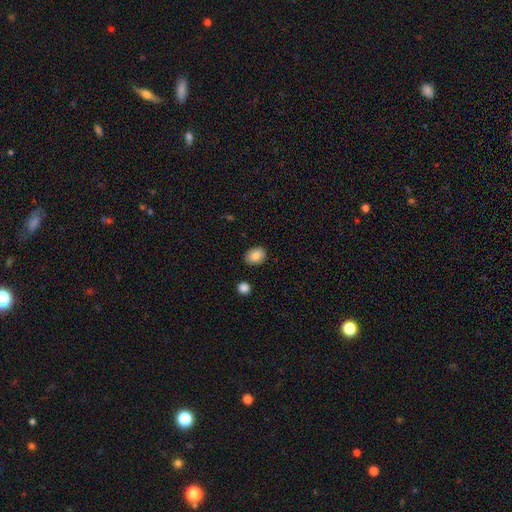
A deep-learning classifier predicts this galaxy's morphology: smooth 85%, star or artifact 8%, featured or disk 7%. Down the decision tree: how rounded — in between (59%); merging — none (87%).